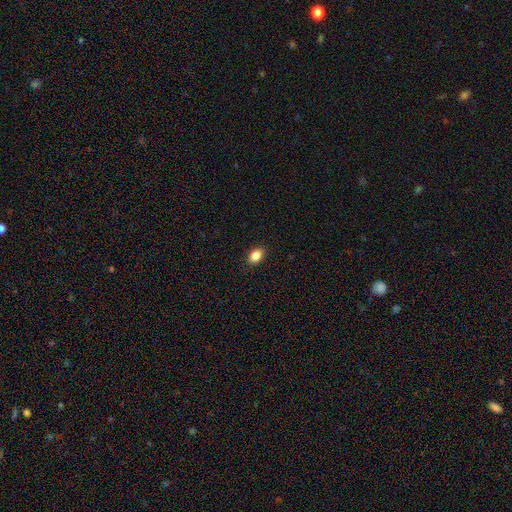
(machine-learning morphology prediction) Smooth or featured? smooth (86%)
How rounded? in between (83%)
Merging? none (89%)